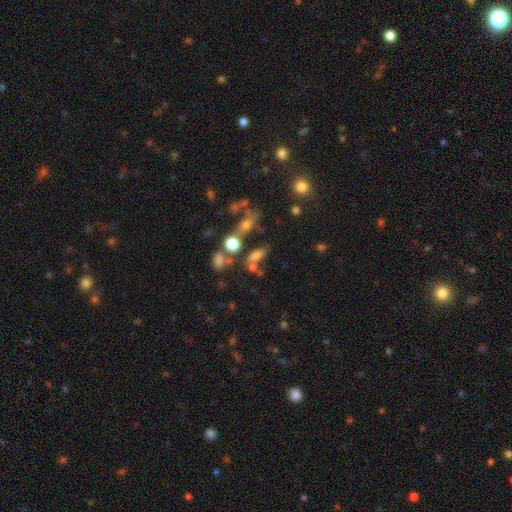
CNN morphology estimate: This is likely a smooth galaxy (68%). How rounded: likely in between (68%). Merging: possibly none (48%).